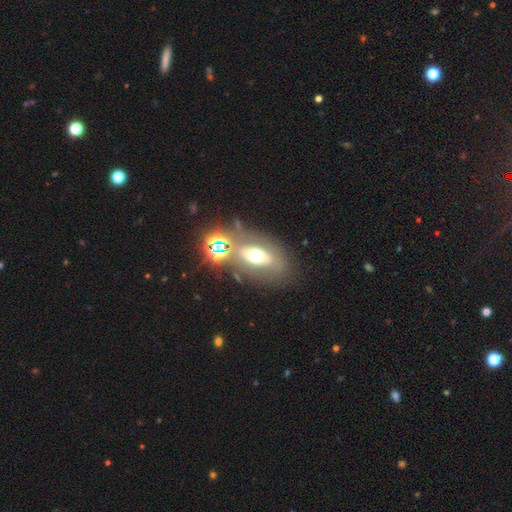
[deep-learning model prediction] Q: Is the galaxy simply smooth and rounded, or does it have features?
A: featured or disk — 41%.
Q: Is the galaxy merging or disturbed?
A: none — 65%.